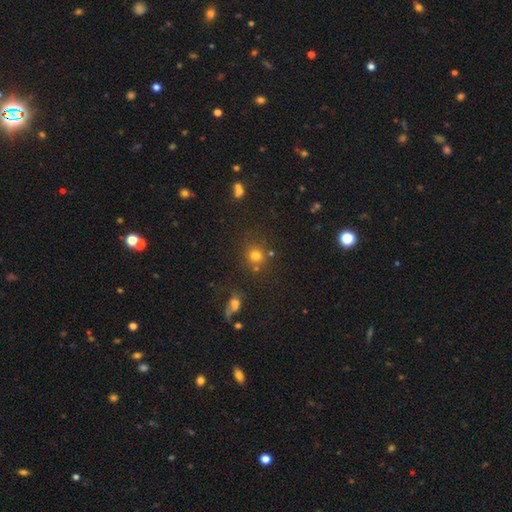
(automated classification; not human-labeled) Morphology: type=smooth (73%); roundness=round (88%); merging=none (71%).